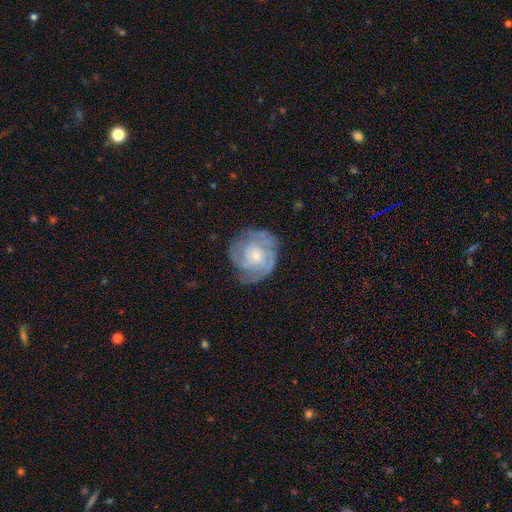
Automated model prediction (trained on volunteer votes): smooth_or_featured: featured or disk (p=0.72) [alt: smooth p=0.21]
disk_edge_on: no (p=0.98) [alt: yes p=0.02]
bar: no (p=0.77) [alt: weak p=0.20]
has_spiral_arms: yes (p=0.86) [alt: no p=0.14]
spiral_winding: tight (p=0.56) [alt: medium p=0.33]
spiral_arm_count: can't tell (p=0.39) [alt: 3 p=0.22]
bulge_size: small (p=0.59) [alt: moderate p=0.33]
merging: none (p=0.66) [alt: minor disturbance p=0.21]